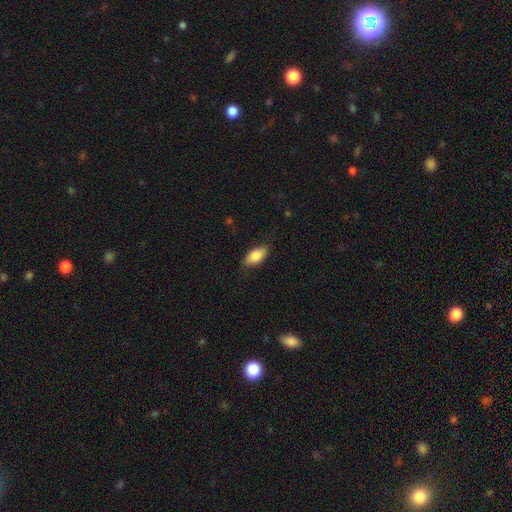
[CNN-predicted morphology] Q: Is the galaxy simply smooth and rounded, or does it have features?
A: smooth — 82%.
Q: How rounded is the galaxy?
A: in between — 89%.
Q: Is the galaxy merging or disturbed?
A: none — 79%.